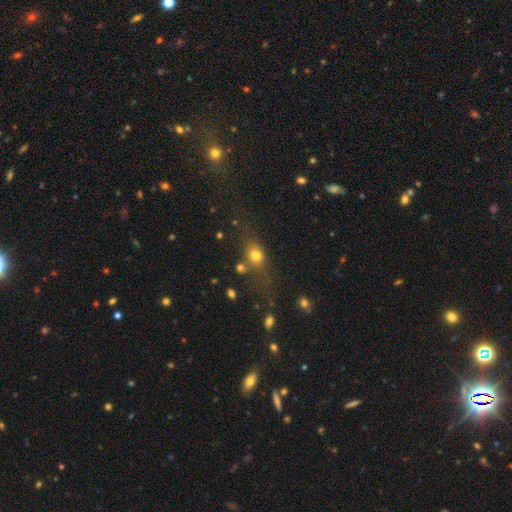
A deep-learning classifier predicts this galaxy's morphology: Smooth or featured: smooth — 73% (star or artifact — 14%)
How rounded: round — 52% (in between — 43%)
Merging: none — 52% (minor disturbance — 19%)